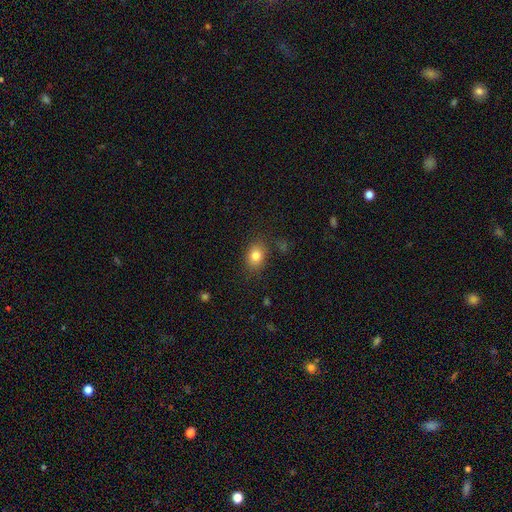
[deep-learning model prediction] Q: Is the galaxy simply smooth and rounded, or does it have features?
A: smooth — 81%.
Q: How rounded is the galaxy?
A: in between — 55%.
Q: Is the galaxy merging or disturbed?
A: none — 81%.